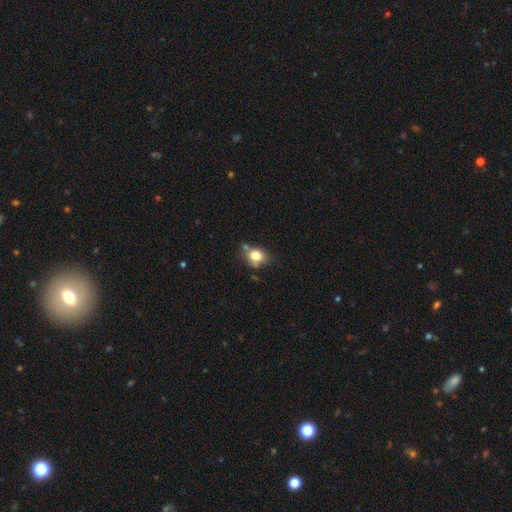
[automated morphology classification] Overall: smooth (74%). How rounded: round (50%; in between 49%). Merging: none (56%; minor disturbance 23%).